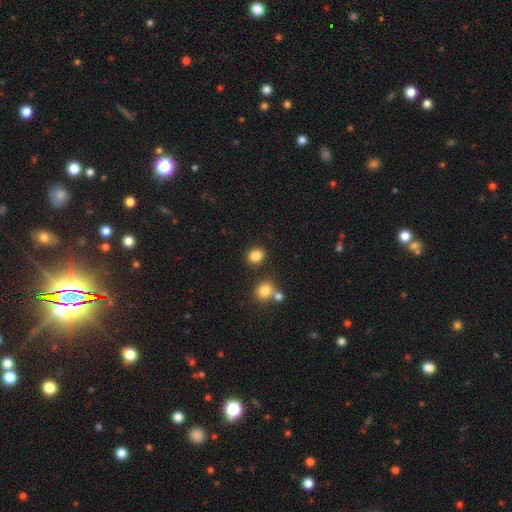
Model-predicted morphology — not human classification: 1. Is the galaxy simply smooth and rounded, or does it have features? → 85% smooth, 10% star or artifact, 4% featured or disk.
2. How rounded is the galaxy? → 52% in between, 47% round, 1% cigar-shaped.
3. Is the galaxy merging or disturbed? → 78% none, 10% minor disturbance, 8% merger, 3% major disturbance.